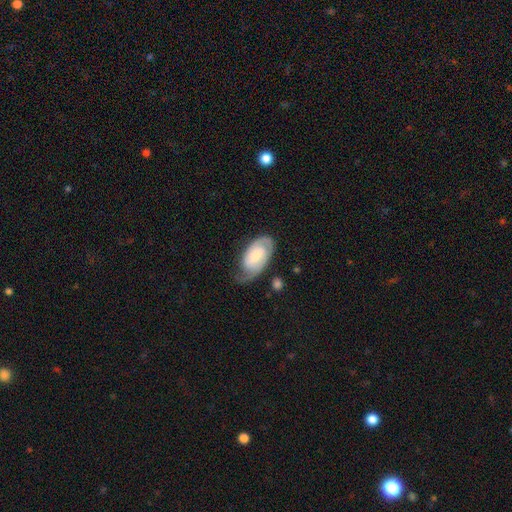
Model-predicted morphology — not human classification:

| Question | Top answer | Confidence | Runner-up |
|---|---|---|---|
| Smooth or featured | featured or disk | 66% | smooth (28%) |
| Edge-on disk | no | 95% | yes (5%) |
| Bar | no | 56% | weak (35%) |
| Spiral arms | yes | 91% | no (9%) |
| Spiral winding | tight | 48% | medium (37%) |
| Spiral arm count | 2 | 66% | 1 (16%) |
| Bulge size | moderate | 33% | tied: small (33%) |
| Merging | none | 53% | minor disturbance (29%) |